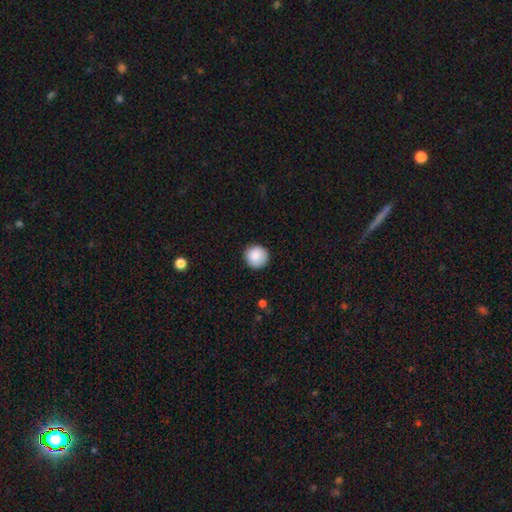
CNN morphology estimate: Q: Smooth or featured?
A: smooth (87%); runner-up: star or artifact (8%)
Q: How rounded?
A: round (94%); runner-up: in between (5%)
Q: Merging?
A: none (90%); runner-up: minor disturbance (7%)